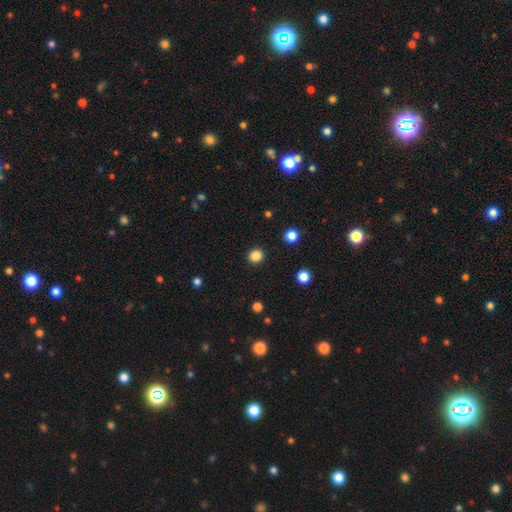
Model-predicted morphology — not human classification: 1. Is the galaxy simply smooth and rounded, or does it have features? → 85% smooth, 12% star or artifact, 3% featured or disk.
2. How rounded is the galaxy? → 87% round, 12% in between, 1% cigar-shaped.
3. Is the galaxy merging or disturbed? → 92% none, 5% minor disturbance, 2% major disturbance, 1% merger.